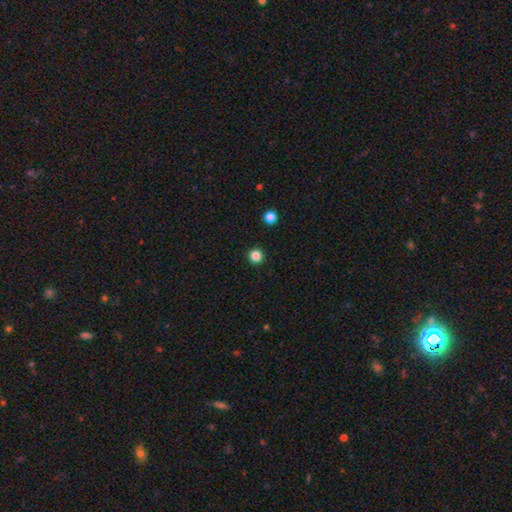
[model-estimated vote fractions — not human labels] Smooth or featured?
  - smooth: 85% *
  - star or artifact: 12%
  - featured or disk: 3%
How rounded?
  - round: 95% *
  - in between: 4%
  - cigar-shaped: 1%
Merging?
  - none: 94% *
  - minor disturbance: 4%
  - major disturbance: 1%
  - merger: 1%